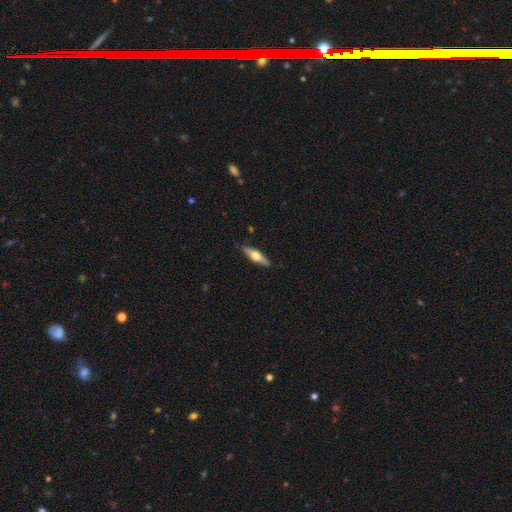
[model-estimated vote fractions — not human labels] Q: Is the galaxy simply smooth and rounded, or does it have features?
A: featured or disk — 52%.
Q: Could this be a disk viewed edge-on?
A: yes — 91%.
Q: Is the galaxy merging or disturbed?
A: none — 87%.